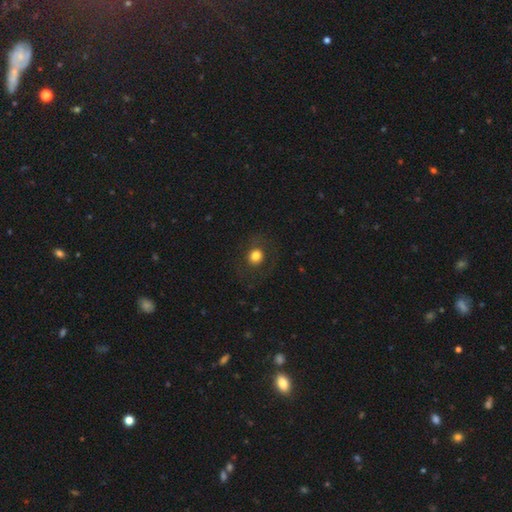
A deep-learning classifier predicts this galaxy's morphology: smooth 76%, featured or disk 13%, star or artifact 11%. Down the decision tree: how rounded — round (79%); merging — none (81%).